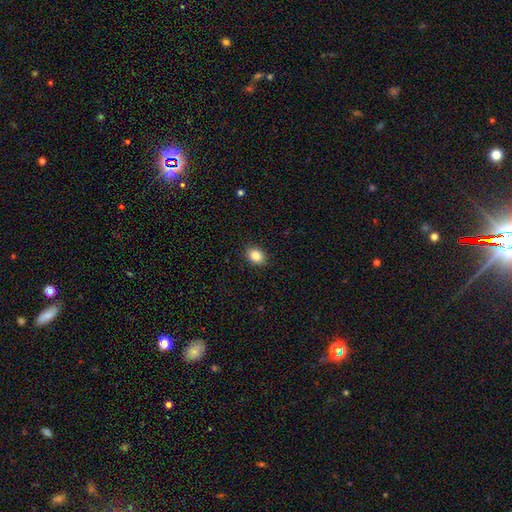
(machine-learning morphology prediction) smooth 84%, star or artifact 9%, featured or disk 7%. Down the decision tree: how rounded — in between (61%); merging — none (90%).